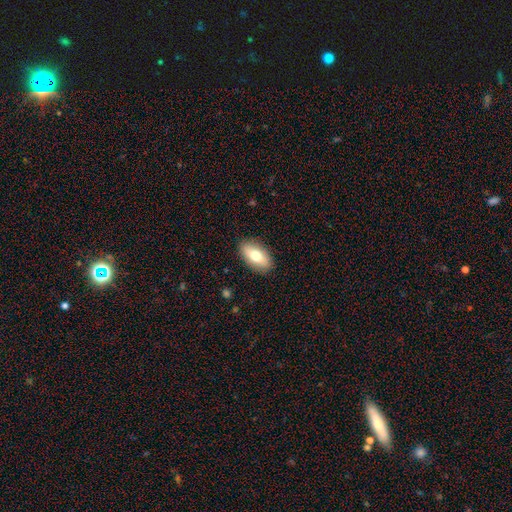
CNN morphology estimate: Smooth or featured: smooth — 72% (featured or disk — 21%)
How rounded: in between — 91% (cigar-shaped — 5%)
Merging: none — 88% (minor disturbance — 9%)